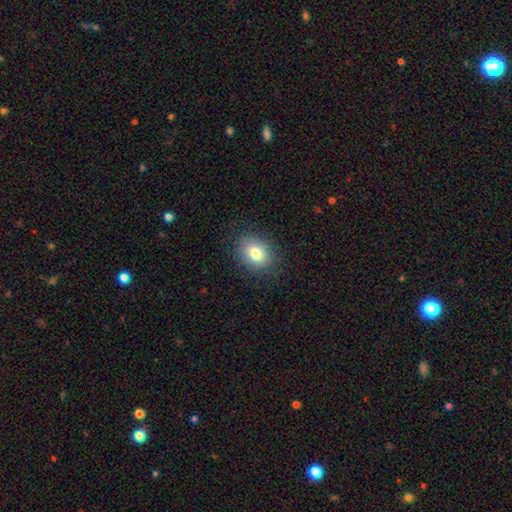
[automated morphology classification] This appears to be a smooth galaxy with no disk features (79%) that is in between round and cigar-shaped (54%). Merging: none (85%).